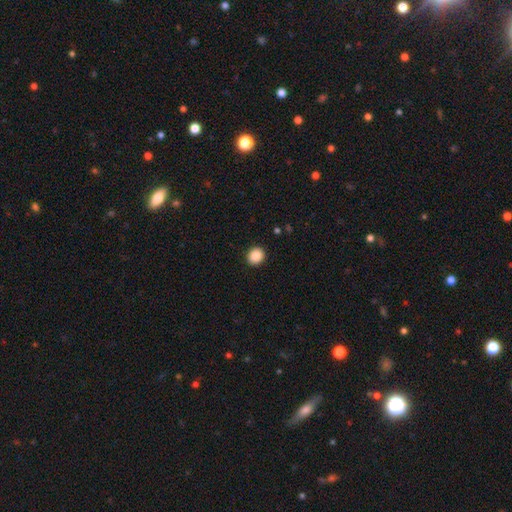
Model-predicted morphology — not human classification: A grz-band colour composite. It shows a smooth galaxy with no disk features (88%) that is round (79%). Merging: none (92%).